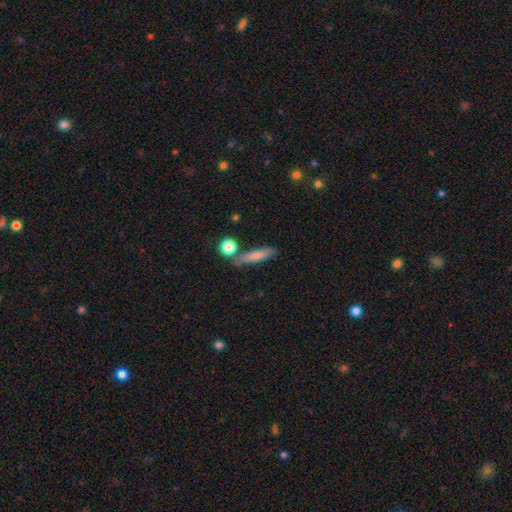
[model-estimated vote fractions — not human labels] Overall: smooth (71%). How rounded: cigar-shaped (80%). Merging: none (74%).